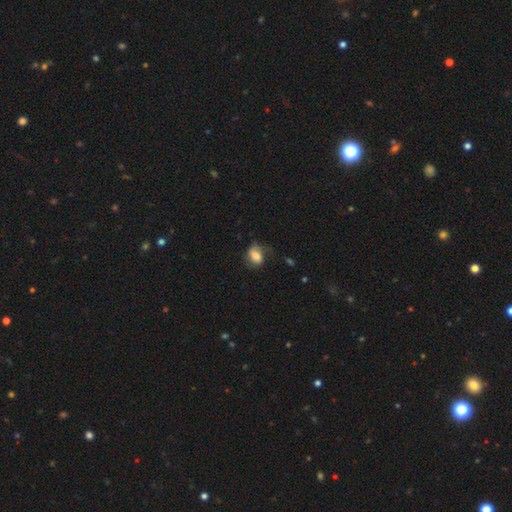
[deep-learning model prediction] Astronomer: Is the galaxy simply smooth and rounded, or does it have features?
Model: smooth — 72%.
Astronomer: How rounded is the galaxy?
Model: in between — 75%.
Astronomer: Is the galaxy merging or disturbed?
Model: none — 48% (runner-up: minor disturbance, 30%).